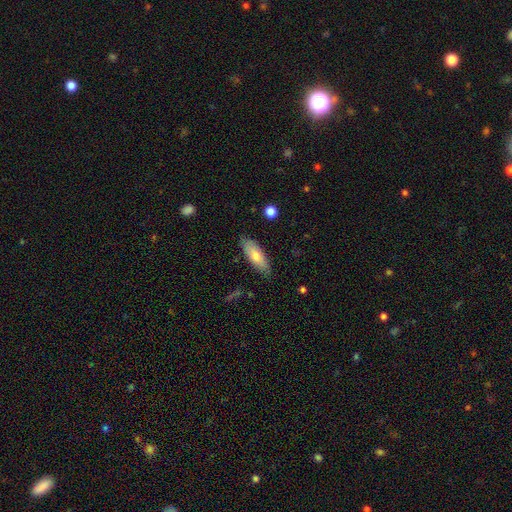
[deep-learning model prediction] Smooth or featured? Predicted: smooth (p=0.72). How rounded? Predicted: in between (p=0.69). Merging? Predicted: none (p=0.80).